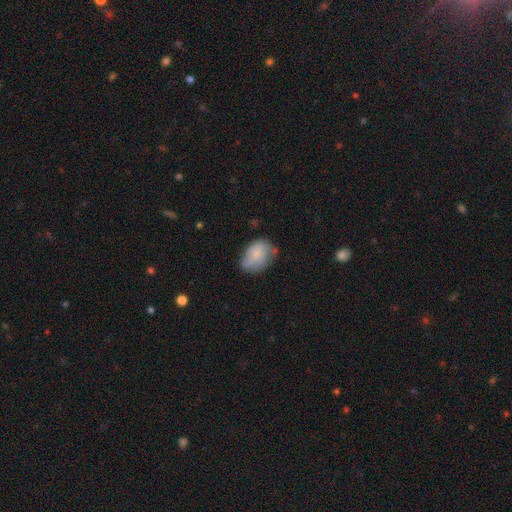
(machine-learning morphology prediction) smooth 71%, featured or disk 21%, star or artifact 8%. Down the decision tree: how rounded — in between (78%); merging — none (48%).